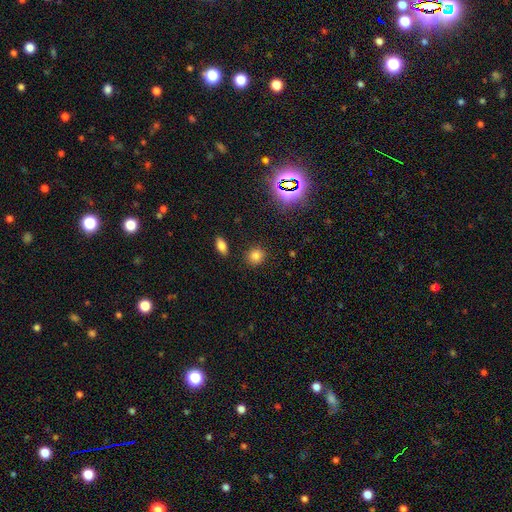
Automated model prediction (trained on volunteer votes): Smooth or featured?
  - smooth: 79% *
  - star or artifact: 15%
  - featured or disk: 6%
How rounded?
  - round: 82% *
  - in between: 17%
  - cigar-shaped: 1%
Merging?
  - none: 88% *
  - minor disturbance: 7%
  - major disturbance: 3%
  - merger: 2%